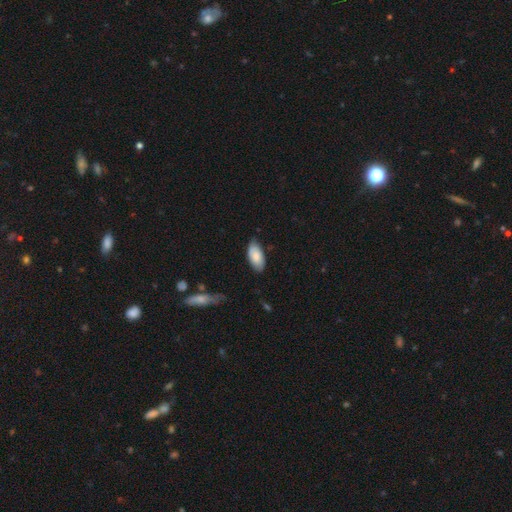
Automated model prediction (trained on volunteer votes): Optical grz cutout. It shows a smooth galaxy with no disk features (81%) that is in between round and cigar-shaped (94%). Merging: none (73%).